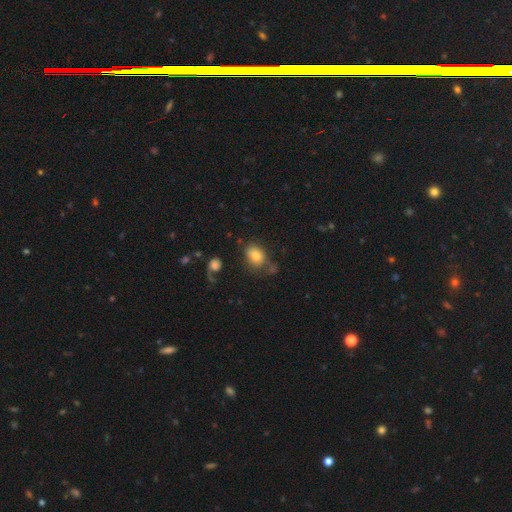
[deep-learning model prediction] Smooth or featured? smooth (78%)
How rounded? in between (64%)
Merging? none (63%)